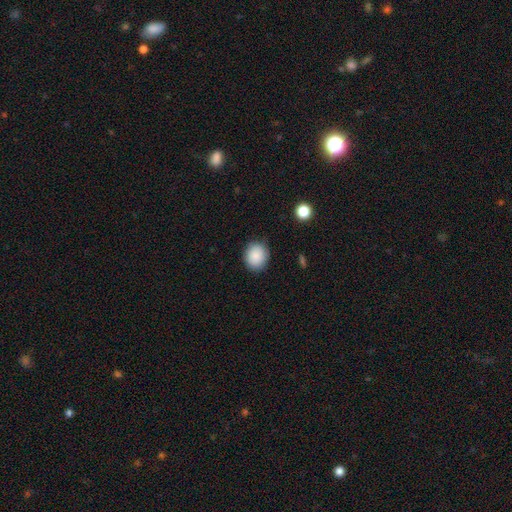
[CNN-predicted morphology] Q: Smooth or featured?
A: smooth (88%); runner-up: star or artifact (8%)
Q: How rounded?
A: round (68%); runner-up: in between (31%)
Q: Merging?
A: none (86%); runner-up: minor disturbance (10%)